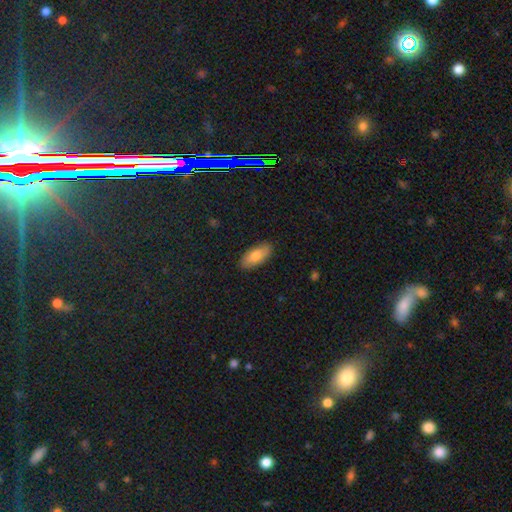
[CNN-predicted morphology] Smooth or featured?
  - smooth: 81% *
  - featured or disk: 13%
  - star or artifact: 6%
How rounded?
  - in between: 85% *
  - cigar-shaped: 13%
  - round: 2%
Merging?
  - none: 87% *
  - minor disturbance: 10%
  - major disturbance: 2%
  - merger: 1%